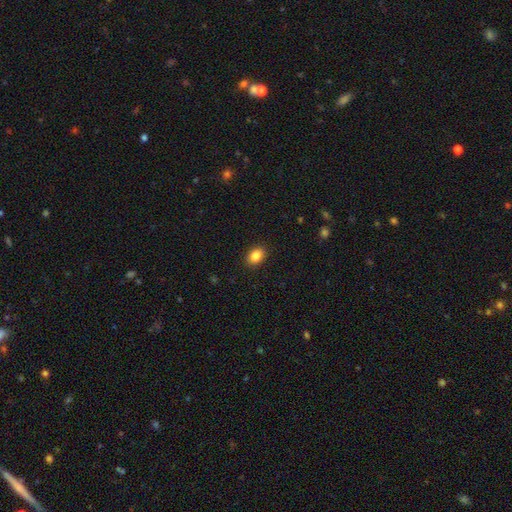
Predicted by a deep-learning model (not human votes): Smooth or featured? Predicted: smooth (p=0.85). How rounded? Predicted: in between (p=0.75). Merging? Predicted: none (p=0.90).